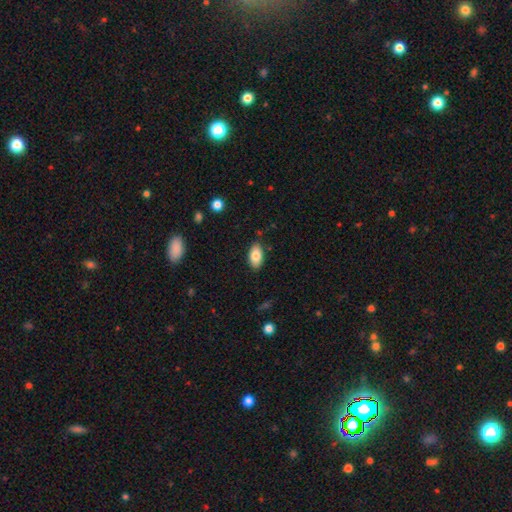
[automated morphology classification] A smooth galaxy with no disk features (83%) that is in between round and cigar-shaped (94%).

Vote fractions:
- Smooth or featured? smooth: 83% / featured or disk: 10% / star or artifact: 7%
- How rounded? in between: 94% / round: 4% / cigar-shaped: 2%
- Merging? none: 86% / minor disturbance: 11% / major disturbance: 2% / merger: 1%